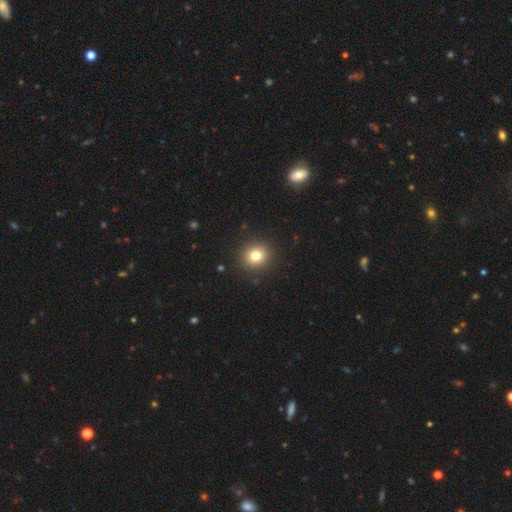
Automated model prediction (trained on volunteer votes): This appears to be a smooth galaxy with no disk features (79%) that is round (84%). Merging: none (91%).